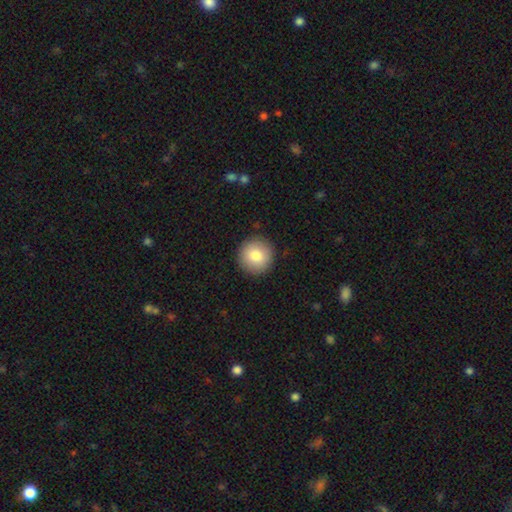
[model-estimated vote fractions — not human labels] A smooth galaxy with no disk features (82%) that is round (95%). Merging: none (92%).